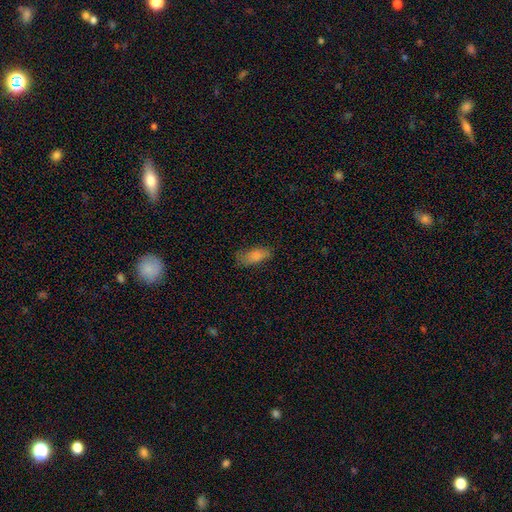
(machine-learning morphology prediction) smooth-or-featured: smooth: 83% | featured or disk: 9% | star or artifact: 8%
  how-rounded: in between: 80% | cigar-shaped: 18% | round: 2%
  merging: none: 71% | minor disturbance: 22% | major disturbance: 6% | merger: 1%